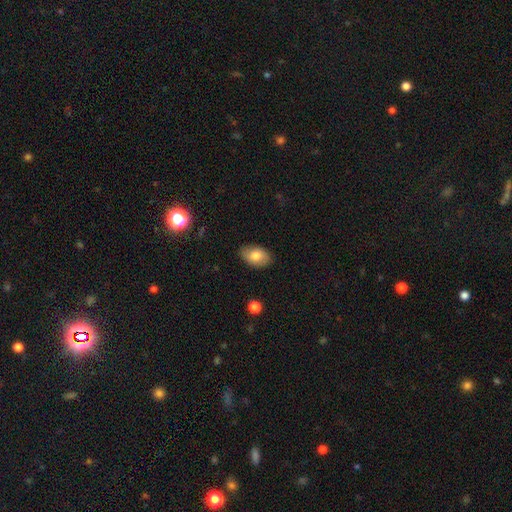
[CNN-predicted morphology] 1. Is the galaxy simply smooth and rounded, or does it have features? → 76% smooth, 17% featured or disk, 7% star or artifact.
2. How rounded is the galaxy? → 89% in between, 10% round, 1% cigar-shaped.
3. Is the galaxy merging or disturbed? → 83% none, 13% minor disturbance, 3% major disturbance, 1% merger.